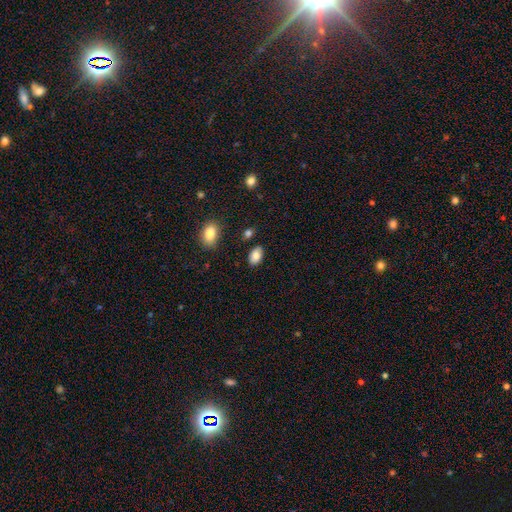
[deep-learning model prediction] This is clearly a smooth galaxy (86%). How rounded: clearly in between (92%). Merging: clearly none (85%).